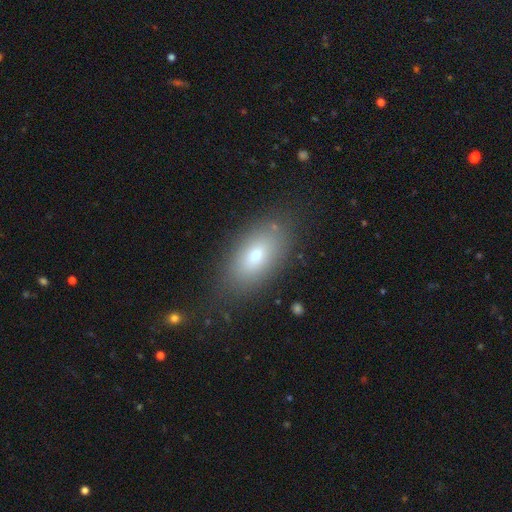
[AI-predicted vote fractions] Smooth or featured: smooth — 72% (featured or disk — 18%)
How rounded: in between — 89% (round — 6%)
Merging: none — 79% (minor disturbance — 13%)